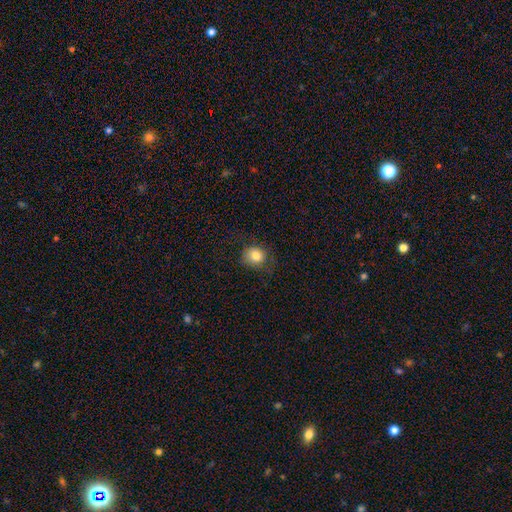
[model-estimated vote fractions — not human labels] Smooth or featured? smooth (82%)
How rounded? round (80%)
Merging? none (73%)